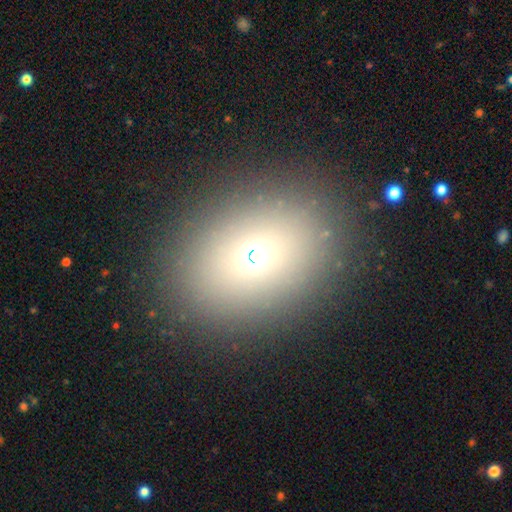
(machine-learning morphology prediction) smooth-or-featured: smooth: 67% | star or artifact: 18% | featured or disk: 14%
  how-rounded: in between: 67% | round: 31% | cigar-shaped: 2%
  merging: none: 86% | minor disturbance: 8% | major disturbance: 4% | merger: 2%